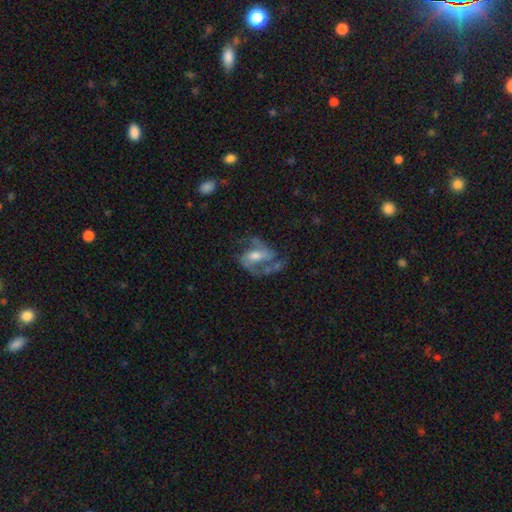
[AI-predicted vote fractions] A featured or disk galaxy (83%) with a weak bar (44%), 2 (77%) medium (53%) spiral arms (93%) and a moderate central bulge (58%). Merging: none (50%).